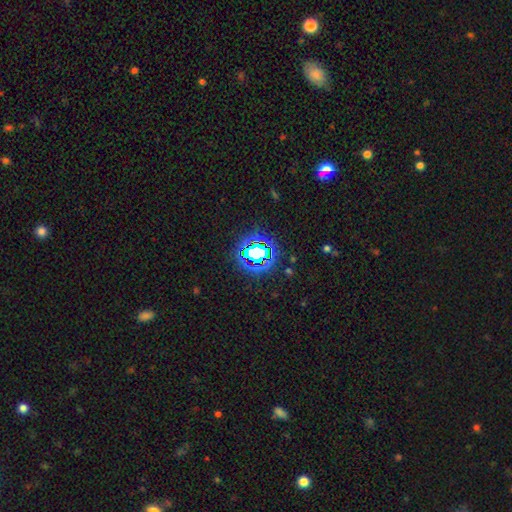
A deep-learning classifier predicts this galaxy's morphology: The model was most divided on "smooth or featured": star or artifact: 69%, smooth: 19%, featured or disk: 12%.